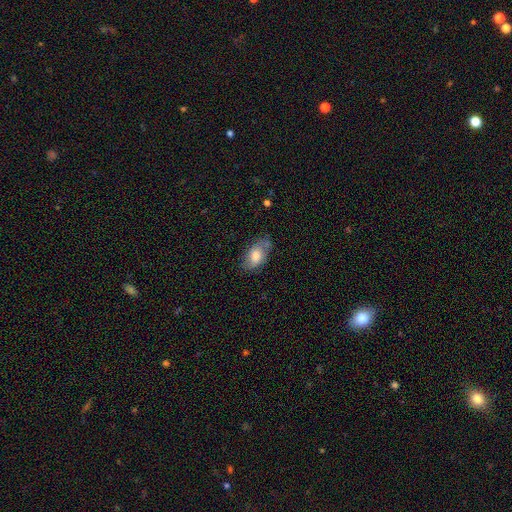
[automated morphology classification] smooth-or-featured: smooth: 73% | featured or disk: 20% | star or artifact: 7%
  how-rounded: in between: 91% | round: 6% | cigar-shaped: 3%
  merging: none: 62% | minor disturbance: 27% | major disturbance: 6% | merger: 4%